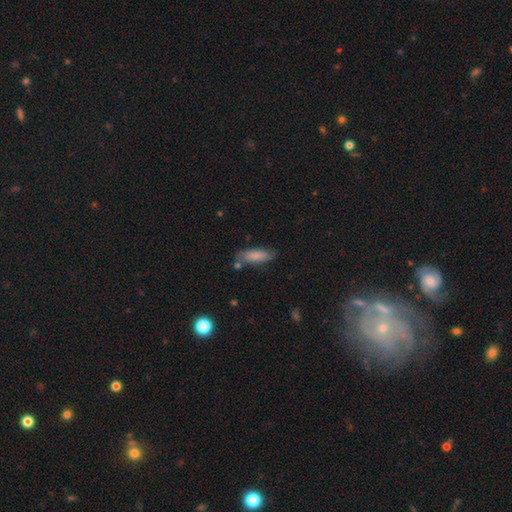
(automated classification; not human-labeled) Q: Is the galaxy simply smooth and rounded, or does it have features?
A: smooth — 80%.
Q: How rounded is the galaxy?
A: in between — 61%.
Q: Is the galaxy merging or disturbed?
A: none — 69%.